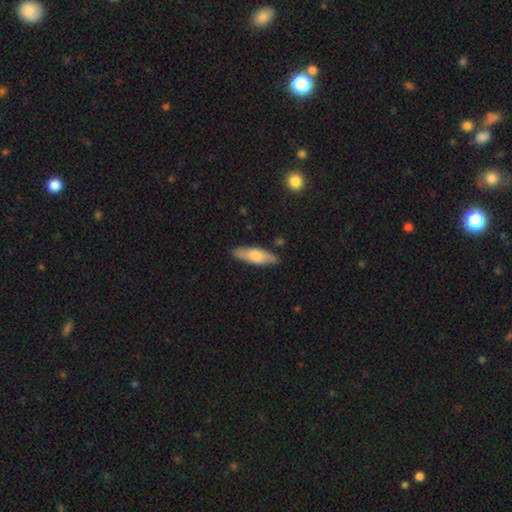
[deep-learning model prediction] A smooth galaxy with no disk features (68%) that is cigar-shaped (49%, tied with in between).

Vote fractions:
- Smooth or featured? smooth: 68% / featured or disk: 27% / star or artifact: 5%
- How rounded? cigar-shaped: 49% (tied) / in between: 49% (tied) / round: 2%
- Merging? none: 86% / minor disturbance: 10% / major disturbance: 2% / merger: 2%